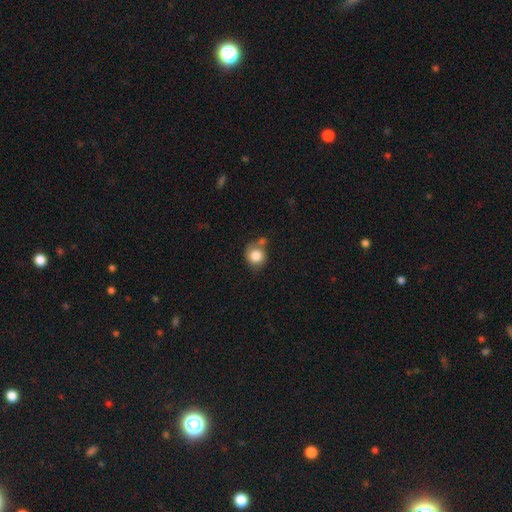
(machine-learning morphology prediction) Overall: smooth (83%). How rounded: round (82%). Merging: none (53%; merger 21%).